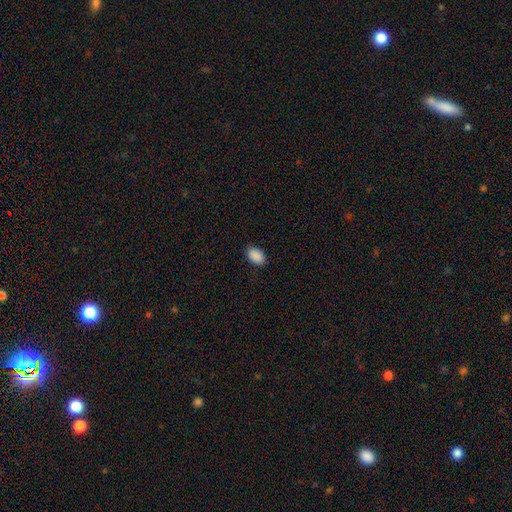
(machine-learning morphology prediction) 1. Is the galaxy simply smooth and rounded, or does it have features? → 91% smooth, 7% star or artifact, 2% featured or disk.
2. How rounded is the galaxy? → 90% in between, 9% round, 1% cigar-shaped.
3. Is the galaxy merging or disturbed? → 88% none, 9% minor disturbance, 2% major disturbance, 1% merger.